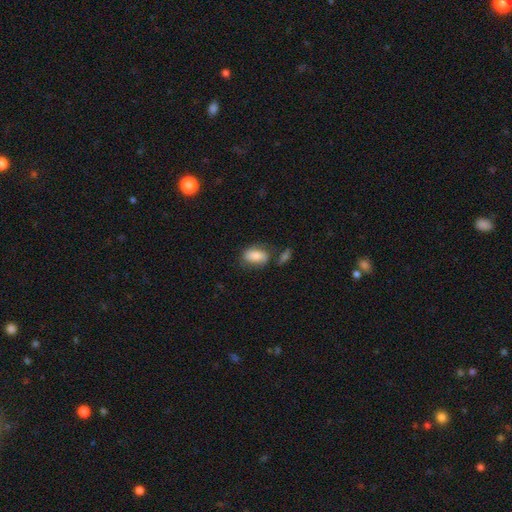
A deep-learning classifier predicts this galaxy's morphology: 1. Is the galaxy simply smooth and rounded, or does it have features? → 80% smooth, 13% featured or disk, 7% star or artifact.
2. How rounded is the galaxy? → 89% in between, 8% round, 3% cigar-shaped.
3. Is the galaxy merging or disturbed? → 59% none, 22% minor disturbance, 12% merger, 8% major disturbance.